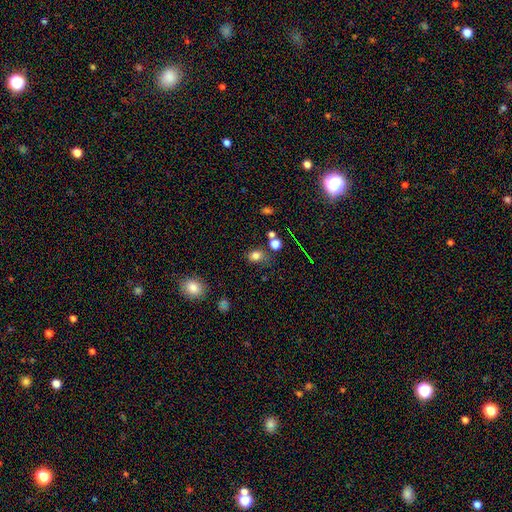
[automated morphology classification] smooth-or-featured: smooth: 78% | star or artifact: 15% | featured or disk: 7%
  how-rounded: in between: 51% | round: 48% | cigar-shaped: 1%
  merging: none: 64% | minor disturbance: 20% | merger: 9% | major disturbance: 7%